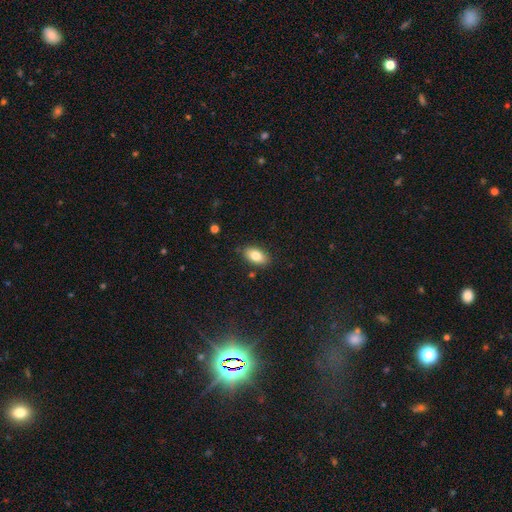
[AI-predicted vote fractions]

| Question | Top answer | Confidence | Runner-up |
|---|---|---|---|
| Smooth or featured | smooth | 81% | featured or disk (12%) |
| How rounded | in between | 92% | round (5%) |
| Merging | none | 86% | minor disturbance (10%) |